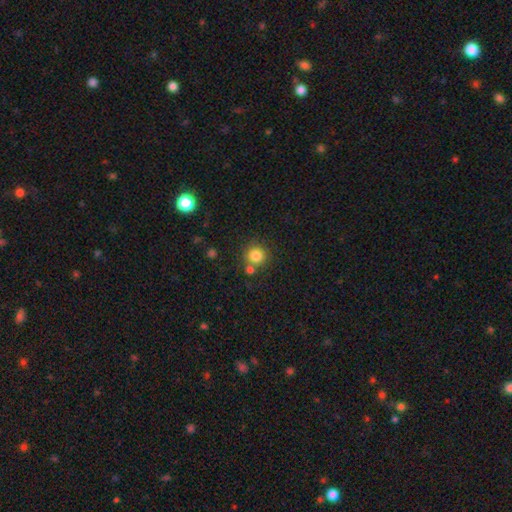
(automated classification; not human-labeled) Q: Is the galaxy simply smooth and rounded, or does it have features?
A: smooth — 83%.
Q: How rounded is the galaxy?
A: round — 92%.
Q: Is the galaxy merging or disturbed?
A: none — 71%.